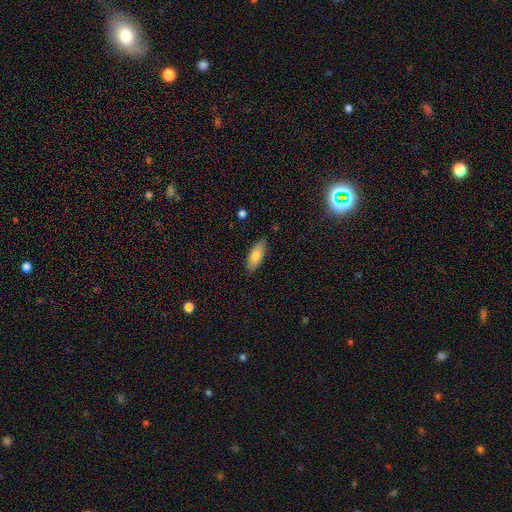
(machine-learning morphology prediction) Smooth or featured?
  - smooth: 78% *
  - featured or disk: 16%
  - star or artifact: 7%
How rounded?
  - in between: 81% *
  - cigar-shaped: 17%
  - round: 2%
Merging?
  - none: 85% *
  - minor disturbance: 12%
  - major disturbance: 2%
  - merger: 1%